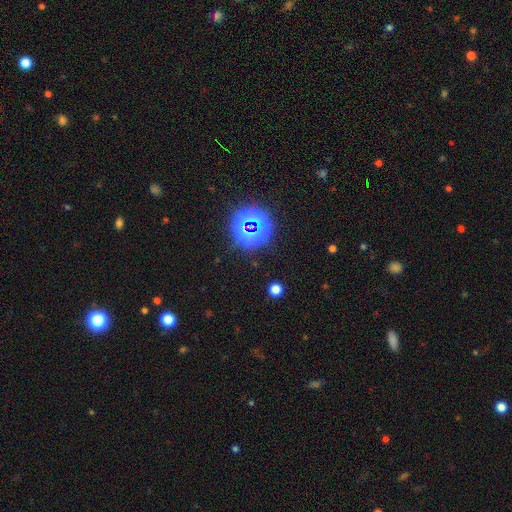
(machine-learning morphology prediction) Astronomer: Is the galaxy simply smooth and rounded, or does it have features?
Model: star or artifact — 82%.